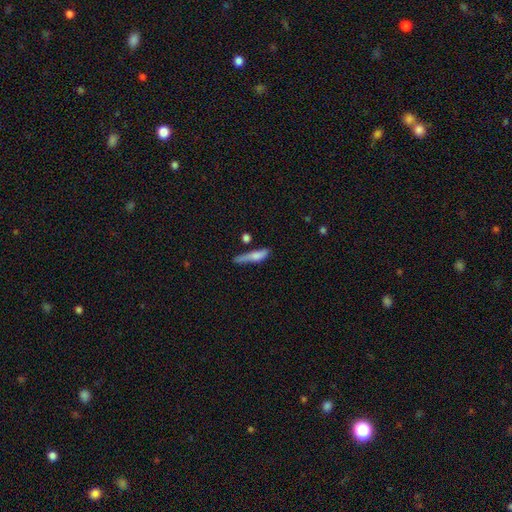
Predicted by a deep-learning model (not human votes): The model was most divided on "merging": none: 48%, minor disturbance: 28%, major disturbance: 13%, merger: 12%. More confident: how rounded — cigar-shaped (78%); smooth or featured — smooth (68%).